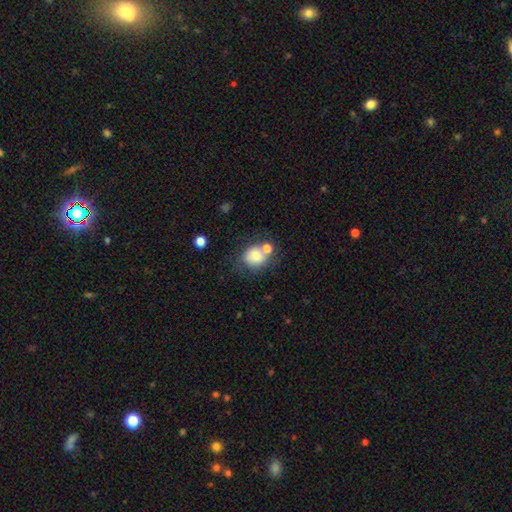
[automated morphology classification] Overall: smooth (75%). How rounded: round (67%; in between 32%). Merging: none (48%; merger 28%).